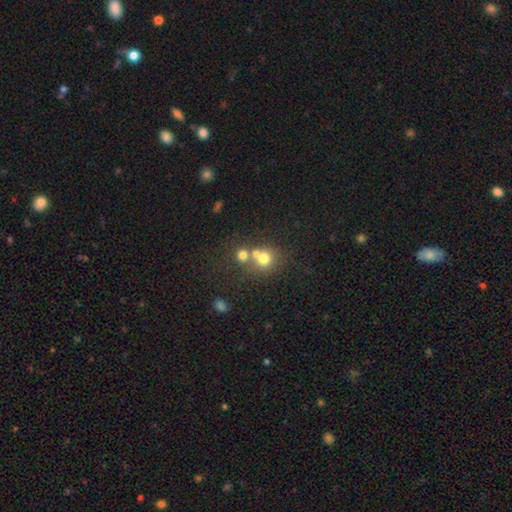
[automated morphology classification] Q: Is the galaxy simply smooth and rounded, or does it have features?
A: smooth — 62%.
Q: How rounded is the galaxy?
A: round — 81%.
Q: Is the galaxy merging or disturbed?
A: merger — 45%, tied with none.